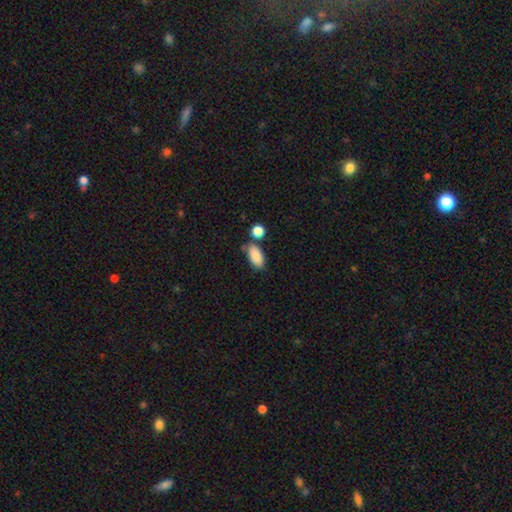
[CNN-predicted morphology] This is clearly a smooth galaxy (88%). How rounded: clearly in between (92%). Merging: likely none (68%).